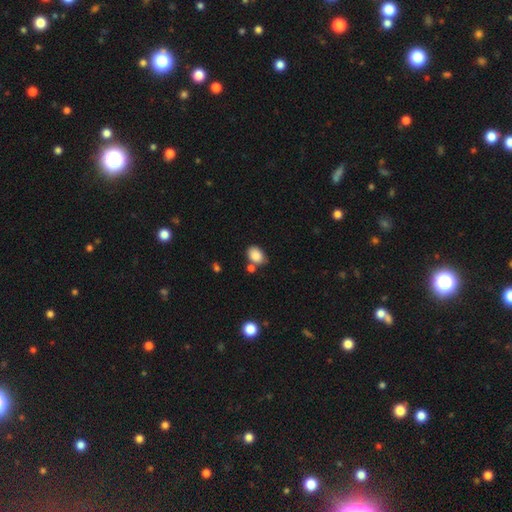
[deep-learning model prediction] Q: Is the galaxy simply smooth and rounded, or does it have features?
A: smooth — 86%.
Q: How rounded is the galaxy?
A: in between — 77%.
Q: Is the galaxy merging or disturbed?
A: none — 63%.